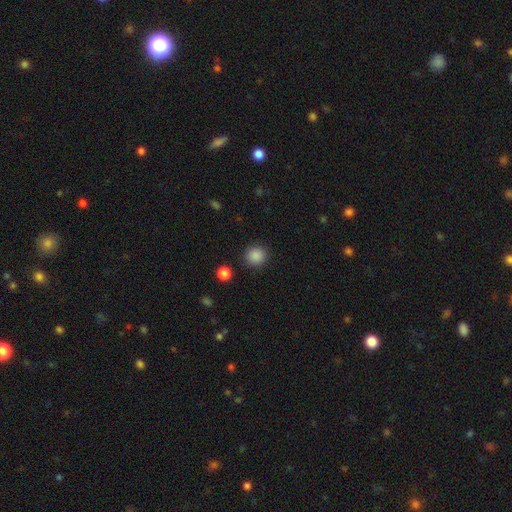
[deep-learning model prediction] Q: Smooth or featured?
A: smooth (87%); runner-up: star or artifact (10%)
Q: How rounded?
A: round (91%); runner-up: in between (8%)
Q: Merging?
A: none (90%); runner-up: minor disturbance (6%)